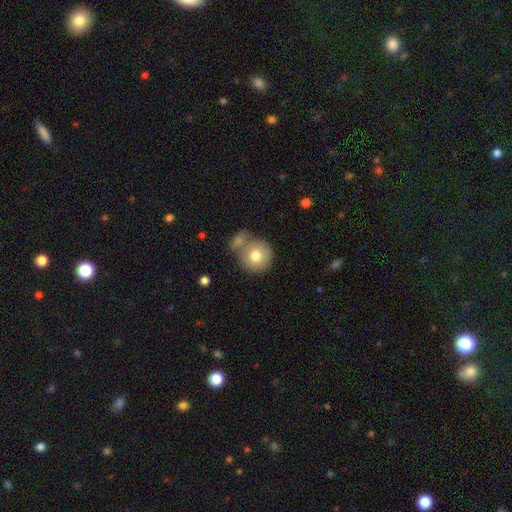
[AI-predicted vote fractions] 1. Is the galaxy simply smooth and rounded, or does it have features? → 77% smooth, 15% featured or disk, 8% star or artifact.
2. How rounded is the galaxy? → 91% round, 8% in between, 1% cigar-shaped.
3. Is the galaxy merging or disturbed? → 58% none, 26% merger, 12% minor disturbance, 4% major disturbance.